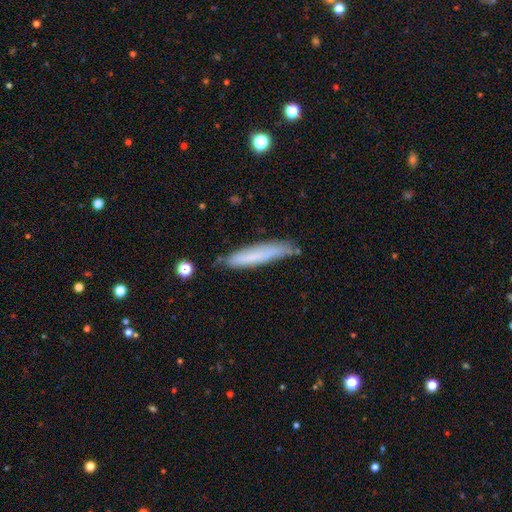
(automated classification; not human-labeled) smooth 64%, featured or disk 29%, star or artifact 7%. Down the decision tree: how rounded — cigar-shaped (89%); merging — none (72%).